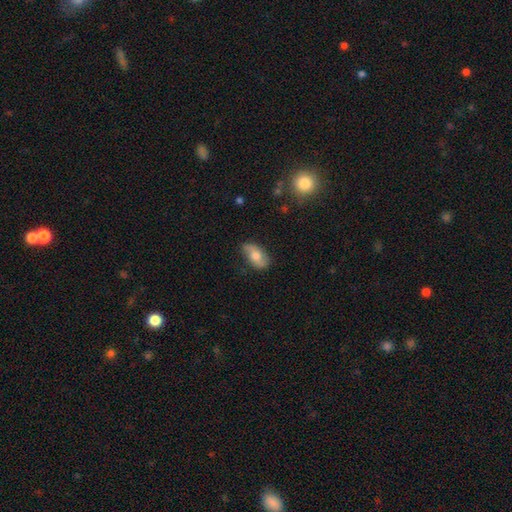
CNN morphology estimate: Smooth or featured? smooth (56%)
How rounded? in between (90%)
Merging? none (71%)